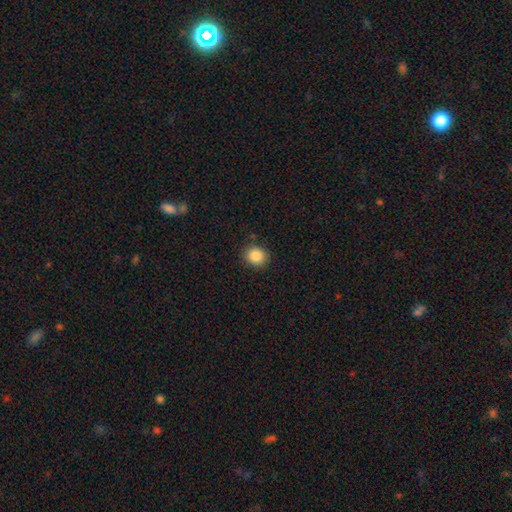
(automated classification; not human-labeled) smooth 87%, star or artifact 9%, featured or disk 4%. Down the decision tree: how rounded — round (79%); merging — none (87%).